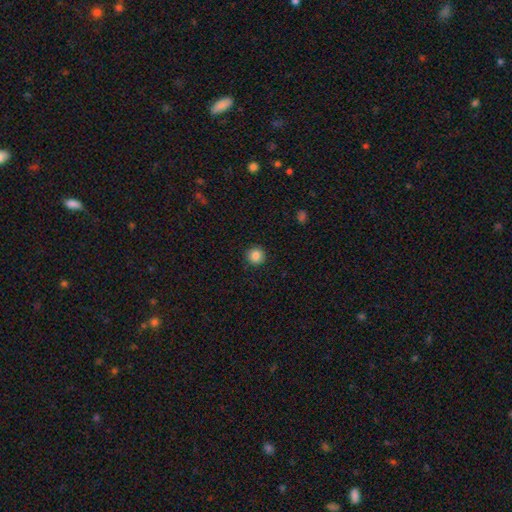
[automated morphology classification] Smooth or featured? Predicted: smooth (p=0.85). How rounded? Predicted: round (p=0.95). Merging? Predicted: none (p=0.91).